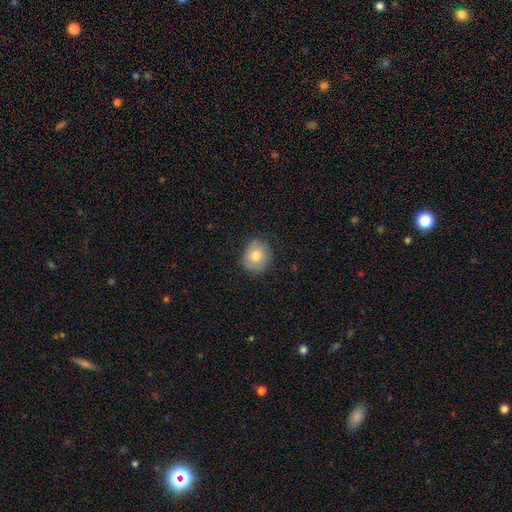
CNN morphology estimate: Smooth or featured? smooth (77%)
How rounded? round (80%)
Merging? none (80%)